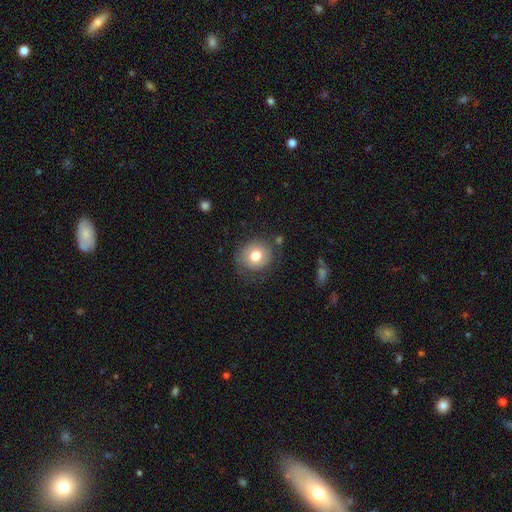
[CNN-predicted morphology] smooth_or_featured: smooth (p=0.74) [alt: featured or disk p=0.17]
how_rounded: round (p=0.83) [alt: in between p=0.16]
merging: none (p=0.75) [alt: minor disturbance p=0.16]